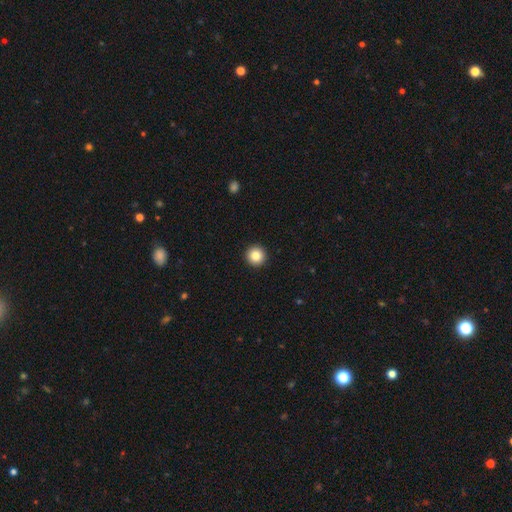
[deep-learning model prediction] This appears to be a smooth galaxy with no disk features (84%) that is round (96%). Merging: none (94%).